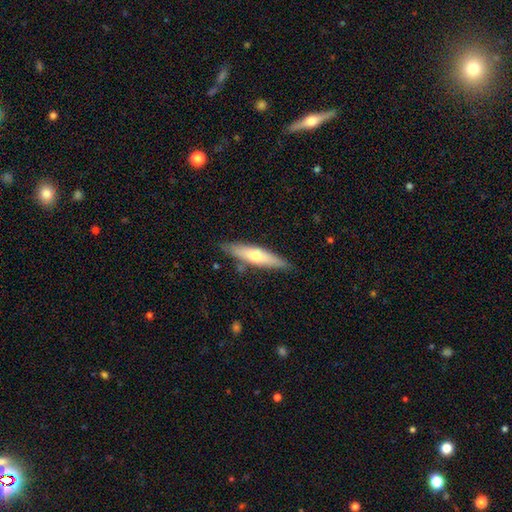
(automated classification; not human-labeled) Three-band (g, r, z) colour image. It shows a smooth galaxy with no disk features (53%) that is cigar-shaped (79%). Merging: none (83%).